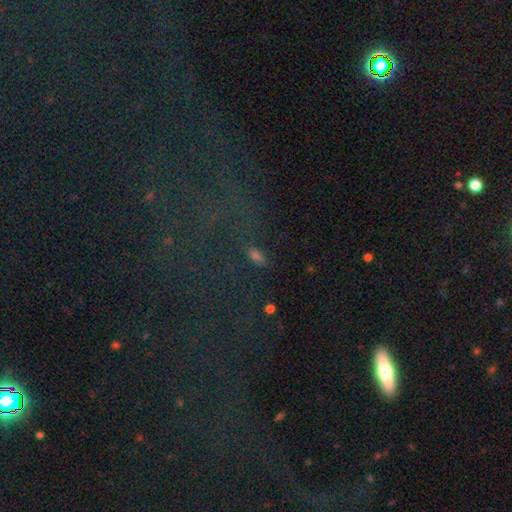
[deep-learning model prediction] Overall: smooth (50%; star or artifact 39%). Merging: none (69%).